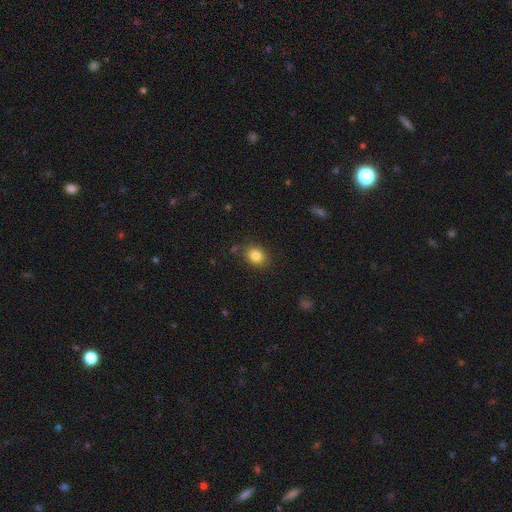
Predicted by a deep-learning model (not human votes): A smooth galaxy with no disk features (84%) that is in between round and cigar-shaped (57%). Merging: none (82%).